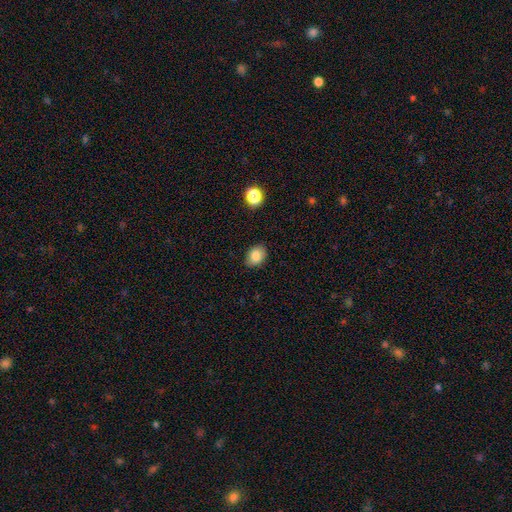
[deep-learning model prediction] Smooth or featured? Predicted: smooth (p=0.83). How rounded? Predicted: in between (p=0.62). Merging? Predicted: none (p=0.86).